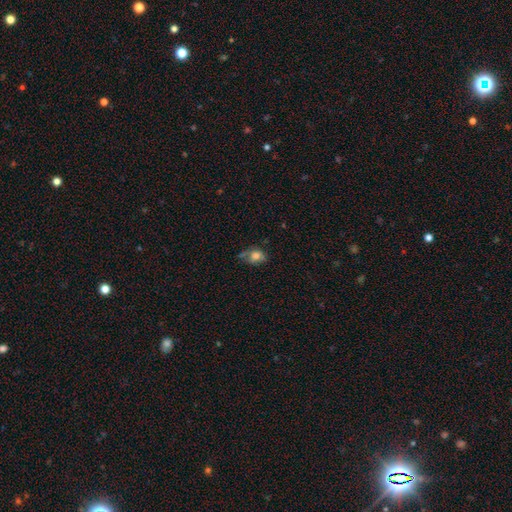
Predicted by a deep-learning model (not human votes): Morphology: type=smooth (69%); roundness=in between (61%); merging=none (41%).